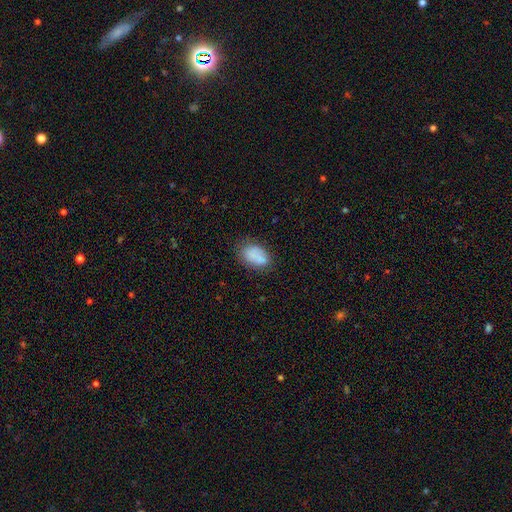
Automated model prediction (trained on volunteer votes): smooth-or-featured: smooth: 81% | featured or disk: 11% | star or artifact: 8%
  how-rounded: in between: 89% | round: 10% | cigar-shaped: 2%
  merging: none: 67% | minor disturbance: 20% | major disturbance: 6% | merger: 6%